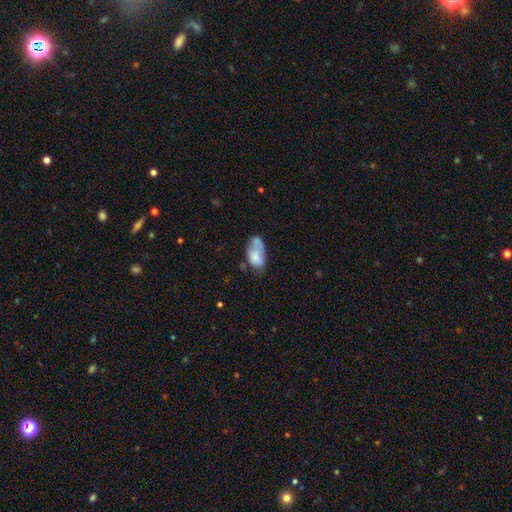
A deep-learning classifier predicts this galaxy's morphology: This appears to be a smooth galaxy with no disk features (69%) that is in between round and cigar-shaped (92%). Merging: merger (29%, tied with none).